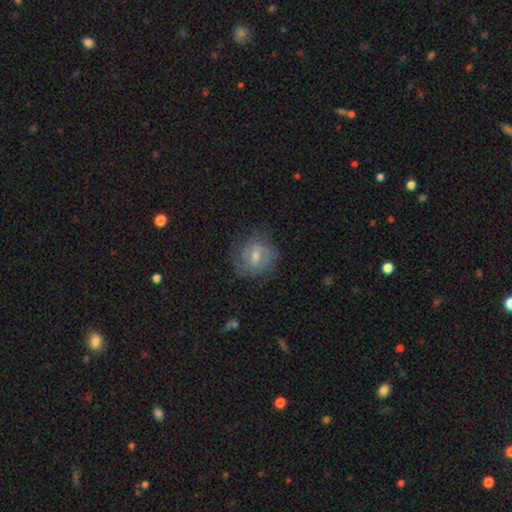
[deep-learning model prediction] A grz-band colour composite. It shows a featured or disk galaxy (65%) with a weak bar (56%), 2 (46%) tight (55%) spiral arms (86%) and a moderate central bulge (48%). Merging: none (75%).